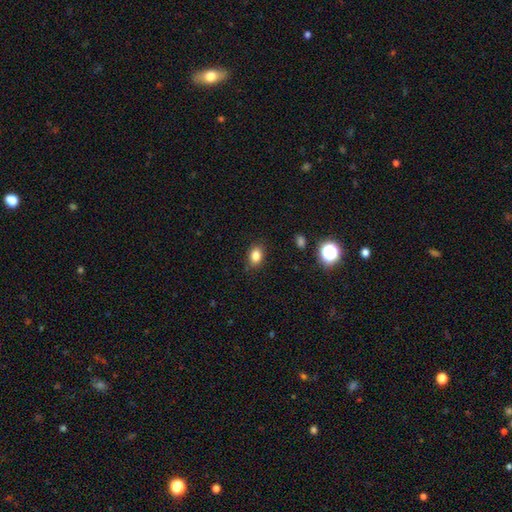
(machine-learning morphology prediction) This appears to be a smooth galaxy with no disk features (83%) that is in between round and cigar-shaped (70%). Merging: none (86%).